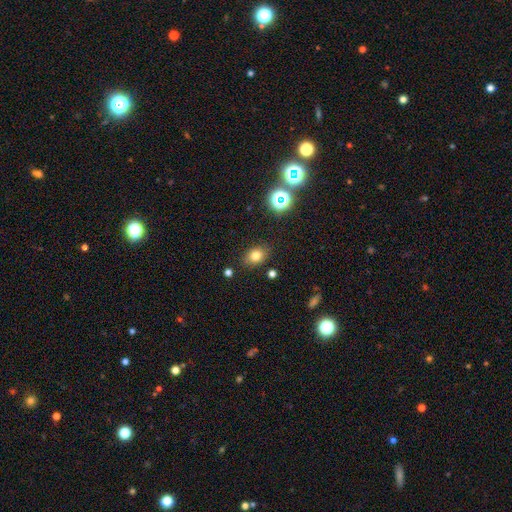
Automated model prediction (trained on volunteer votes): Smooth or featured? smooth (76%)
How rounded? in between (66%)
Merging? none (84%)